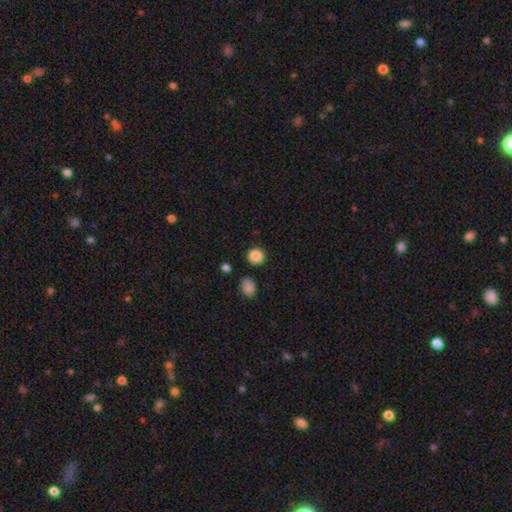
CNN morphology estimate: This is clearly a smooth galaxy (87%). How rounded: clearly round (90%). Merging: clearly none (87%).